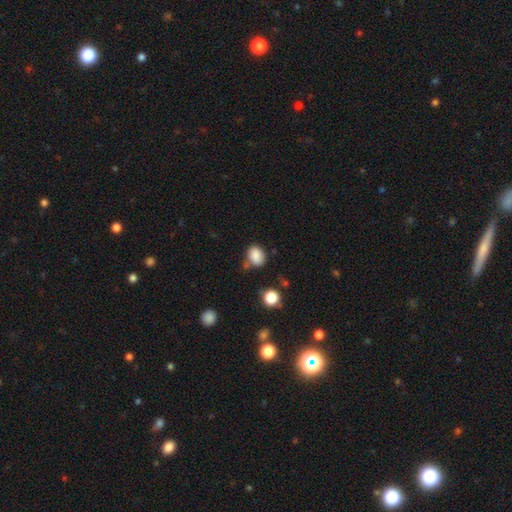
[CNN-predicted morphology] A smooth galaxy with no disk features (85%) that is in between round and cigar-shaped (53%). Merging: none (61%).